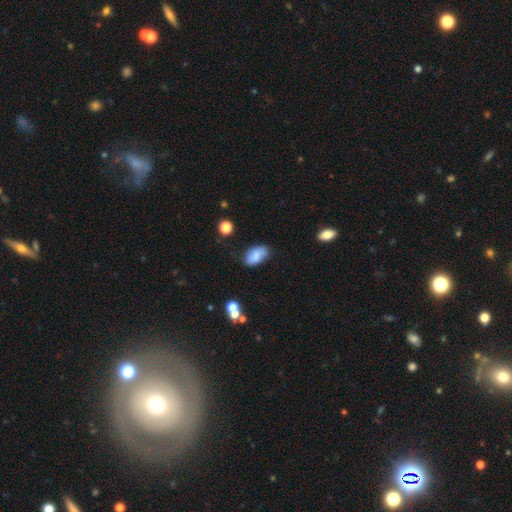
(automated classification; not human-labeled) Smooth or featured? smooth (76%)
How rounded? in between (92%)
Merging? none (67%)